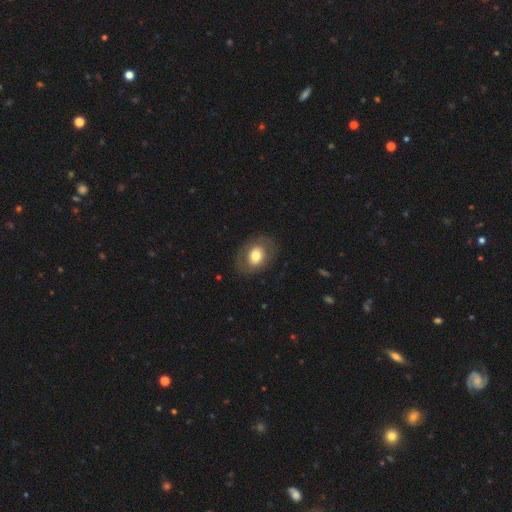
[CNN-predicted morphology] This appears to be a smooth galaxy with no disk features (67%) that is in between round and cigar-shaped (65%). Merging: none (80%).